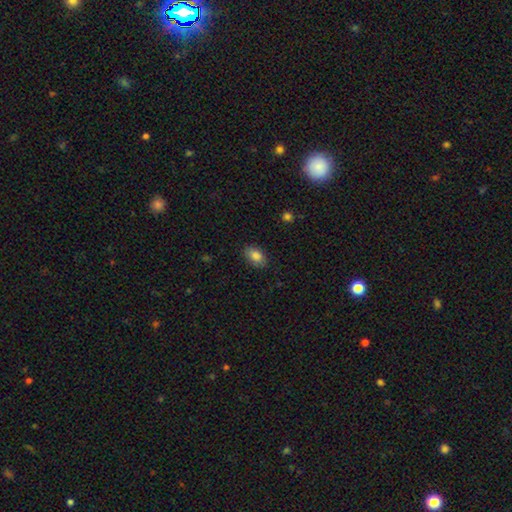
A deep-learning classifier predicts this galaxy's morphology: smooth_or_featured: smooth (p=0.85) [alt: star or artifact p=0.08]
how_rounded: in between (p=0.90) [alt: round p=0.08]
merging: none (p=0.85) [alt: minor disturbance p=0.11]